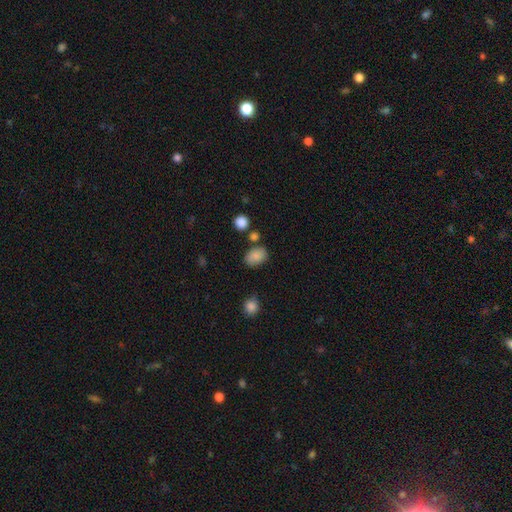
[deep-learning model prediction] smooth_or_featured: smooth (p=0.84) [alt: star or artifact p=0.09]
how_rounded: in between (p=0.75) [alt: round p=0.24]
merging: none (p=0.72) [alt: minor disturbance p=0.17]